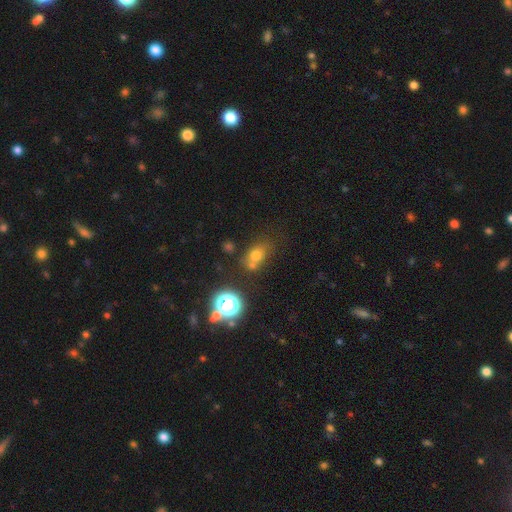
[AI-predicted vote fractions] This appears to be a smooth galaxy with no disk features (62%) that is in between round and cigar-shaped (49%, tied with round). Merging: none (54%).